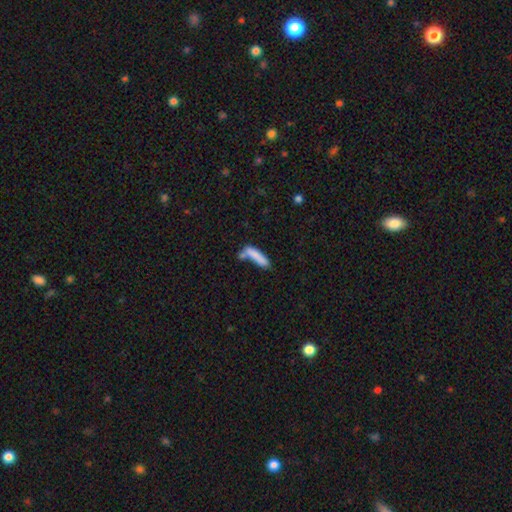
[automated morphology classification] Smooth or featured?
  - smooth: 79% *
  - featured or disk: 14%
  - star or artifact: 7%
How rounded?
  - cigar-shaped: 76% *
  - in between: 22%
  - round: 2%
Merging?
  - none: 47% *
  - merger: 26%
  - minor disturbance: 19%
  - major disturbance: 8%